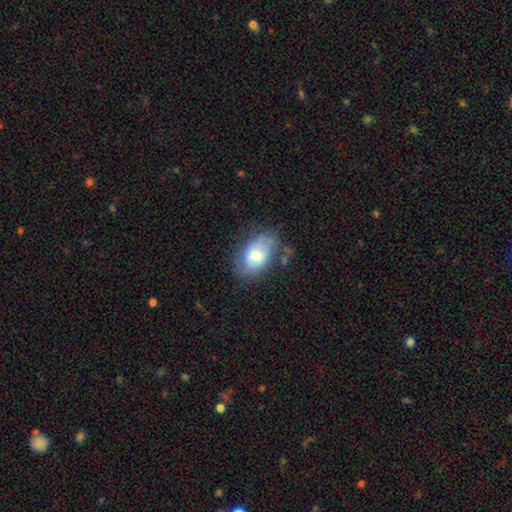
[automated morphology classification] A smooth galaxy with no disk features (65%) that is in between round and cigar-shaped (90%).

Vote fractions:
- Smooth or featured? smooth: 65% / featured or disk: 28% / star or artifact: 7%
- How rounded? in between: 90% / round: 8% / cigar-shaped: 1%
- Merging? none: 56% / minor disturbance: 29% / major disturbance: 10% / merger: 4%